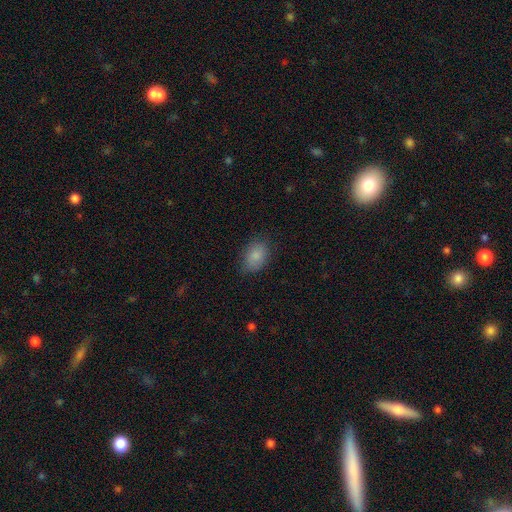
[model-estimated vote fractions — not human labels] smooth 86%, star or artifact 8%, featured or disk 6%. Down the decision tree: how rounded — in between (81%); merging — none (78%).